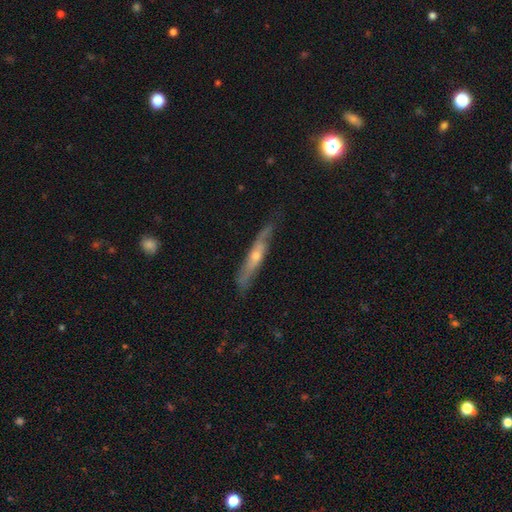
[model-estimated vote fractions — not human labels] The model was most divided on "smooth or featured": featured or disk: 67%, smooth: 26%, star or artifact: 7%. More confident: edge-on disk — yes (80%); edge-on bulge — rounded (74%); merging — none (72%).